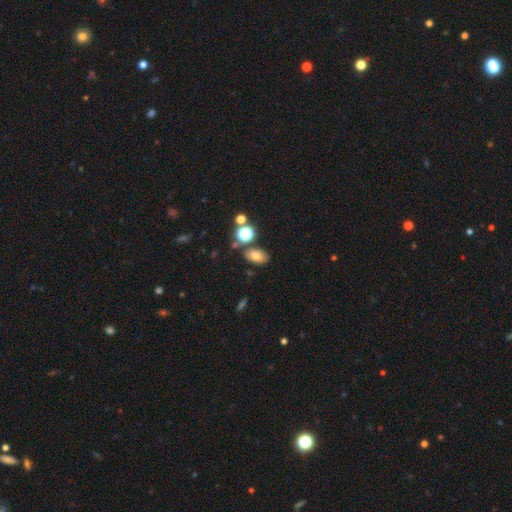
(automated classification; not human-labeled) Morphology: type=smooth (71%); roundness=in between (82%); merging=none (74%).